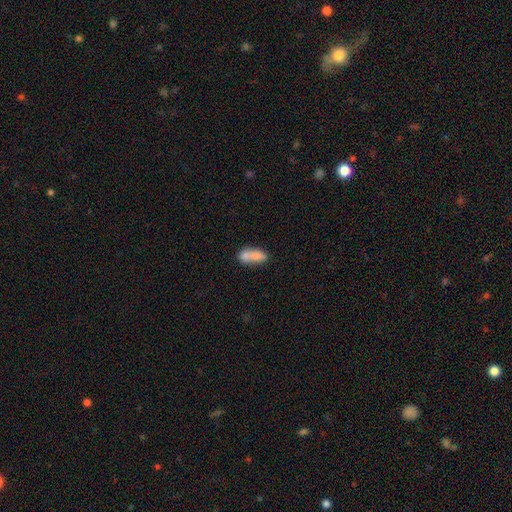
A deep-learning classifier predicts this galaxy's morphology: Smooth or featured?
  - smooth: 75% *
  - featured or disk: 17%
  - star or artifact: 8%
How rounded?
  - in between: 76% *
  - cigar-shaped: 19%
  - round: 5%
Merging?
  - merger: 42% *
  - none: 36%
  - minor disturbance: 15%
  - major disturbance: 7%